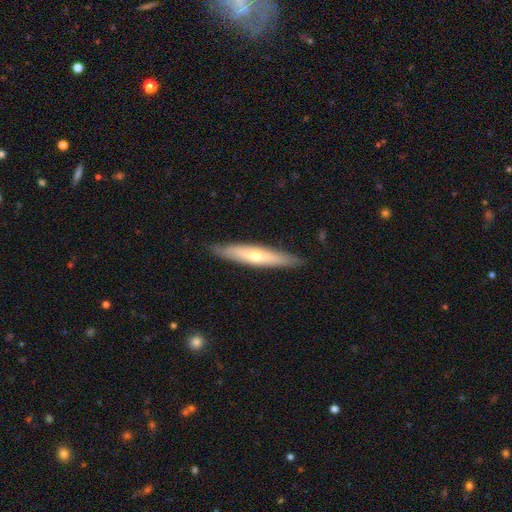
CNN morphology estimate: A featured or disk galaxy (50%).

Vote fractions:
- Smooth or featured? featured or disk: 50% / smooth: 45% / star or artifact: 5%
- Merging? none: 88% / minor disturbance: 10% / major disturbance: 2% / merger: 1%